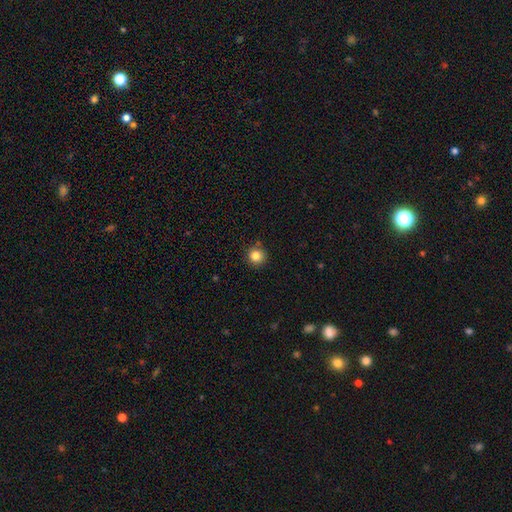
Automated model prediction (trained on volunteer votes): Smooth or featured: smooth — 84% (star or artifact — 11%)
How rounded: round — 94% (in between — 5%)
Merging: none — 88% (minor disturbance — 8%)